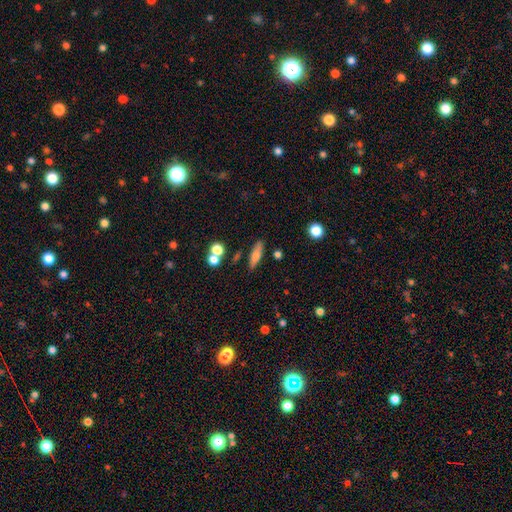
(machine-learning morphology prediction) Smooth or featured? smooth (66%)
How rounded? cigar-shaped (60%)
Merging? none (80%)